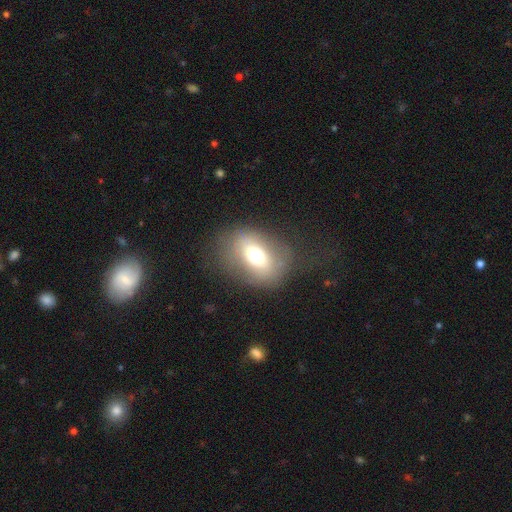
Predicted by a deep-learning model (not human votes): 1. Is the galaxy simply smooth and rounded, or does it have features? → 62% smooth, 25% featured or disk, 13% star or artifact.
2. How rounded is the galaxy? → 63% in between, 35% round, 2% cigar-shaped.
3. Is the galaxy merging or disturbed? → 69% none, 16% minor disturbance, 13% major disturbance, 2% merger.